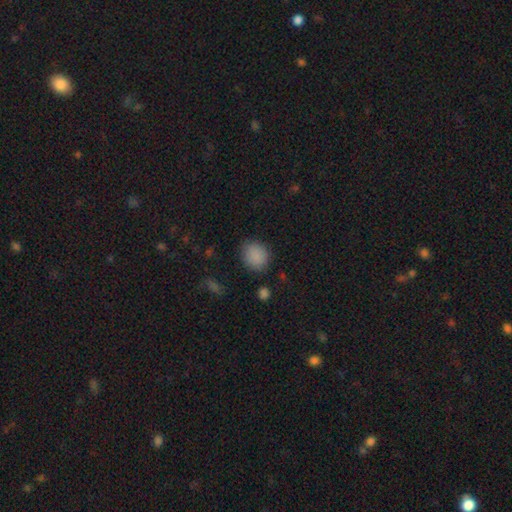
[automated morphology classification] This is clearly a smooth galaxy (86%). How rounded: likely round (70%). Merging: clearly none (83%).